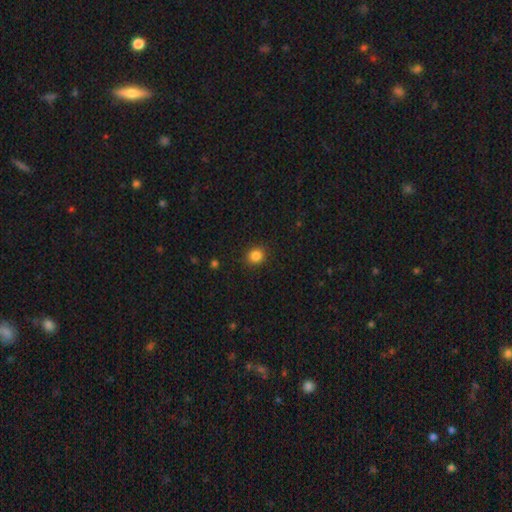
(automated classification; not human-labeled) Smooth or featured? Predicted: smooth (p=0.85). How rounded? Predicted: round (p=0.84). Merging? Predicted: none (p=0.90).